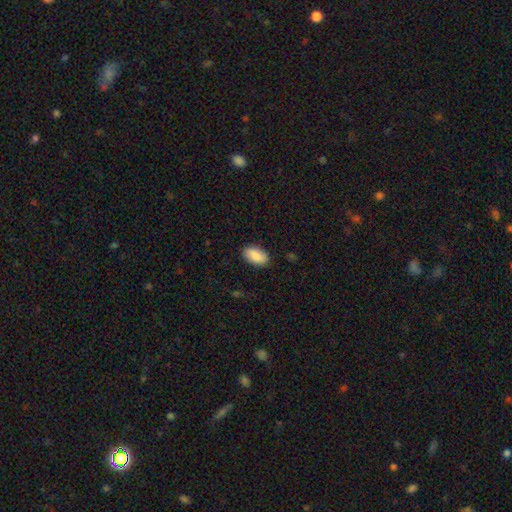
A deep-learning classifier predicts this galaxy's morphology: smooth-or-featured: smooth: 85% | featured or disk: 9% | star or artifact: 6%
  how-rounded: in between: 94% | round: 4% | cigar-shaped: 2%
  merging: none: 87% | minor disturbance: 10% | major disturbance: 2% | merger: 1%